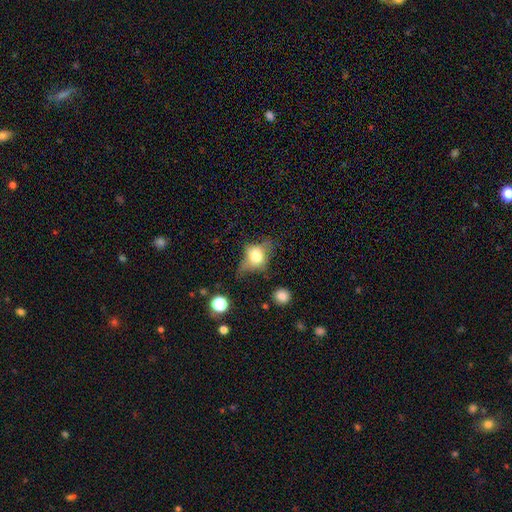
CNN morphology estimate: Smooth or featured: smooth — 58% (featured or disk — 30%)
How rounded: round — 50% (in between — 47%)
Merging: none — 45% (minor disturbance — 29%)